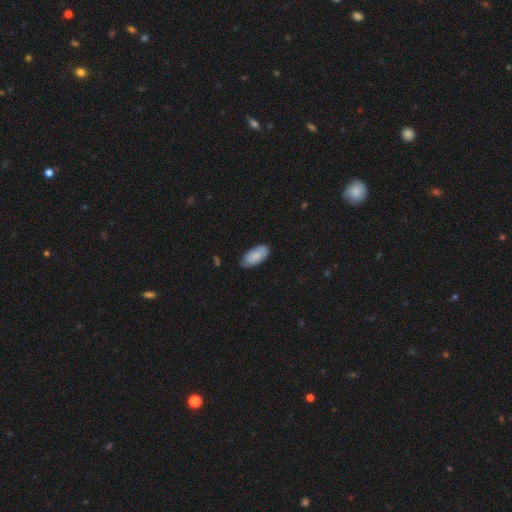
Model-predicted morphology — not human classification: type=smooth (80%); roundness=in between (93%); merging=none (72%).